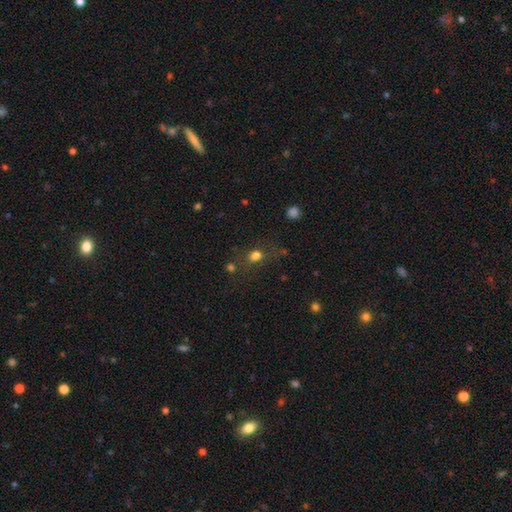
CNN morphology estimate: Smooth or featured? smooth (72%)
How rounded? round (59%)
Merging? none (60%)